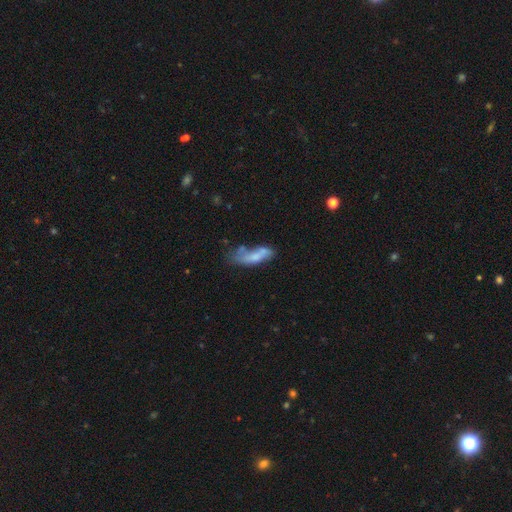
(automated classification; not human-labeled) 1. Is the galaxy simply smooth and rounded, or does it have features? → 61% smooth, 31% featured or disk, 8% star or artifact.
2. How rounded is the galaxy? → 53% in between, 44% cigar-shaped, 2% round.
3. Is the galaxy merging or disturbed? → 33% none, 26% minor disturbance, 21% merger, 20% major disturbance.